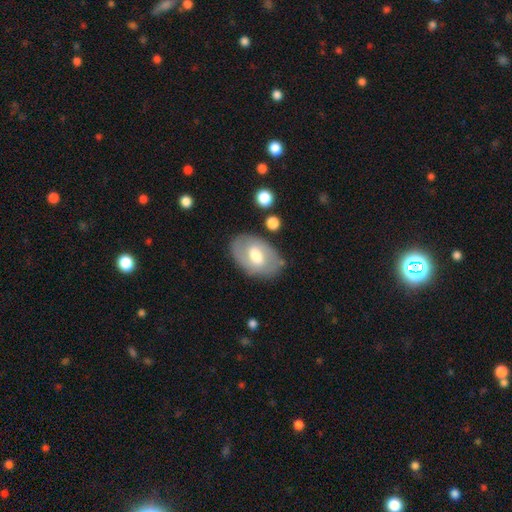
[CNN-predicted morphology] The model was most divided on "smooth or featured": smooth: 50%, featured or disk: 44%, star or artifact: 6%. More confident: merging — none (75%).